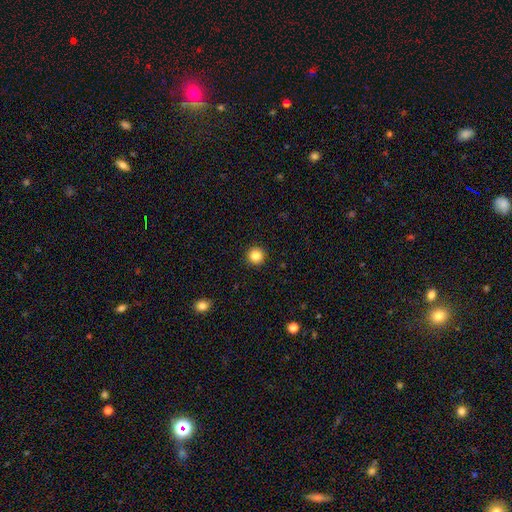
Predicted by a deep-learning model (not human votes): Q: Smooth or featured?
A: smooth (85%); runner-up: star or artifact (11%)
Q: How rounded?
A: round (96%); runner-up: in between (3%)
Q: Merging?
A: none (93%); runner-up: minor disturbance (4%)